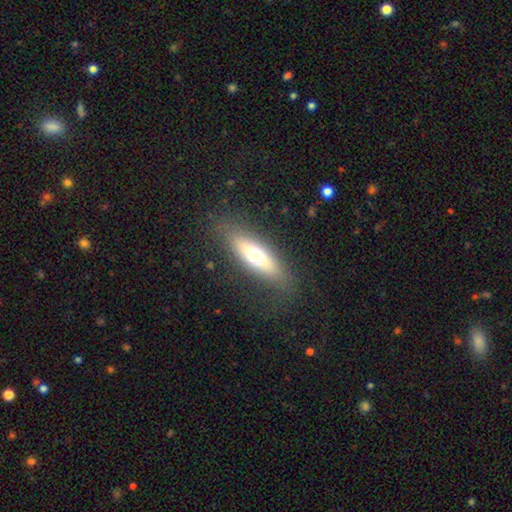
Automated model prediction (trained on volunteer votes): smooth 59%, featured or disk 33%, star or artifact 8%. Down the decision tree: how rounded — in between (49%); merging — none (83%).